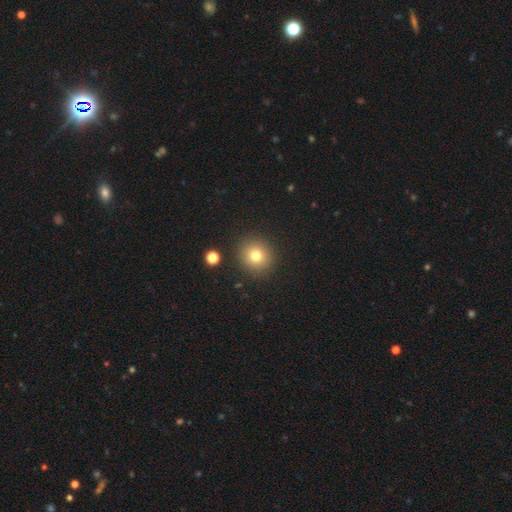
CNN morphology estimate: This appears to be a smooth galaxy with no disk features (77%) that is round (89%). Merging: none (89%).